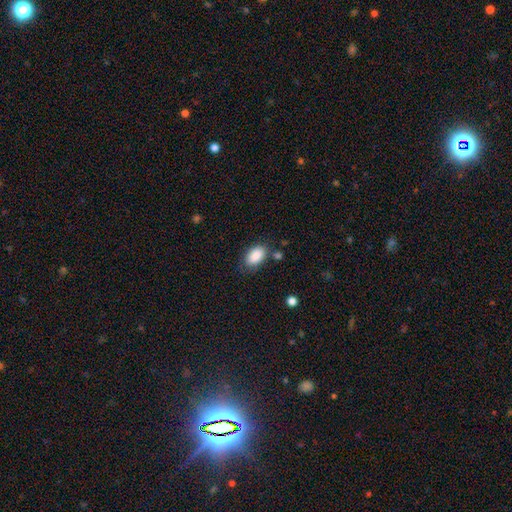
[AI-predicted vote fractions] Smooth or featured: smooth — 88% (star or artifact — 7%)
How rounded: in between — 93% (round — 6%)
Merging: none — 72% (minor disturbance — 18%)